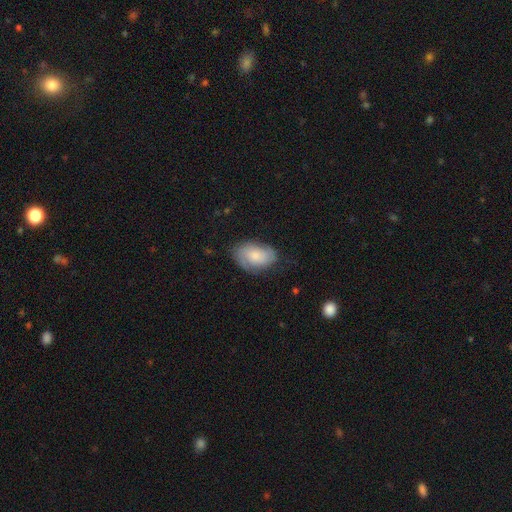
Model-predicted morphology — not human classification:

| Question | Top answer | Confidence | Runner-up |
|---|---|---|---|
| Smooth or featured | smooth | 64% | featured or disk (29%) |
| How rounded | in between | 91% | round (7%) |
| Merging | none | 68% | minor disturbance (24%) |